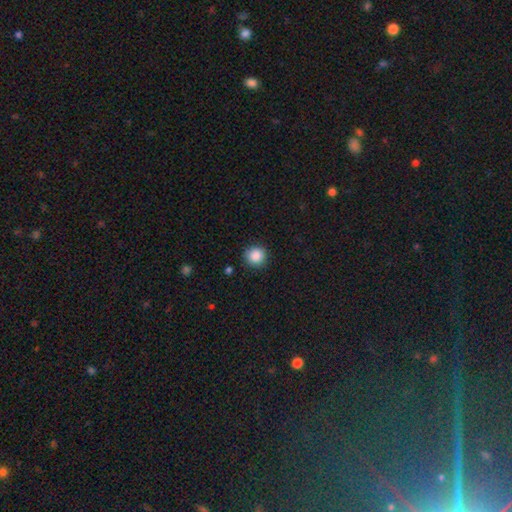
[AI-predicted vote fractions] A smooth galaxy with no disk features (88%) that is round (92%). Merging: none (90%).